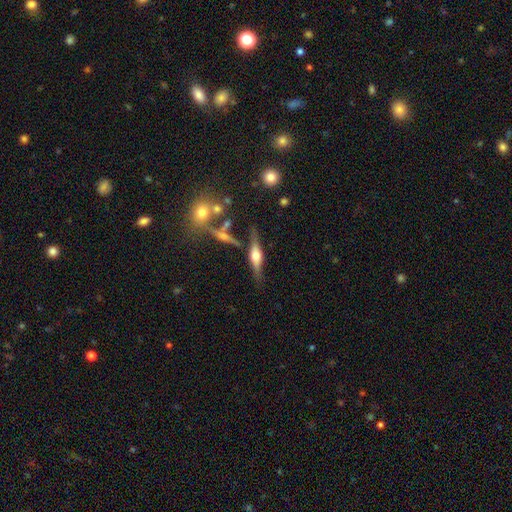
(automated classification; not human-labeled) Smooth or featured?
  - featured or disk: 67% *
  - smooth: 26%
  - star or artifact: 8%
Edge-on disk?
  - yes: 93% *
  - no: 7%
Edge-on bulge?
  - rounded: 89% *
  - boxy: 8%
  - none: 2%
Merging?
  - none: 71% *
  - minor disturbance: 14%
  - merger: 10%
  - major disturbance: 5%